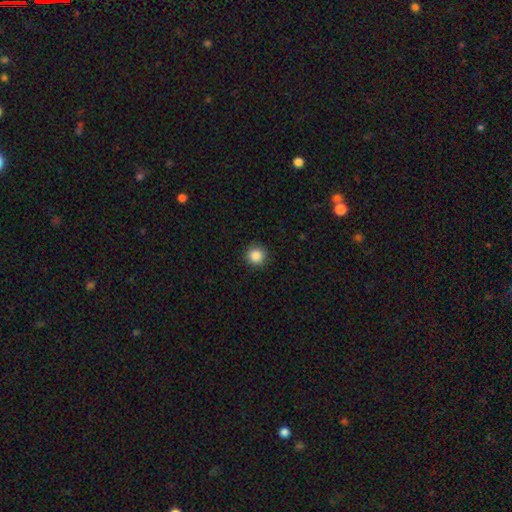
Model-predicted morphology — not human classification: This appears to be a smooth galaxy with no disk features (87%) that is round (94%). Merging: none (90%).